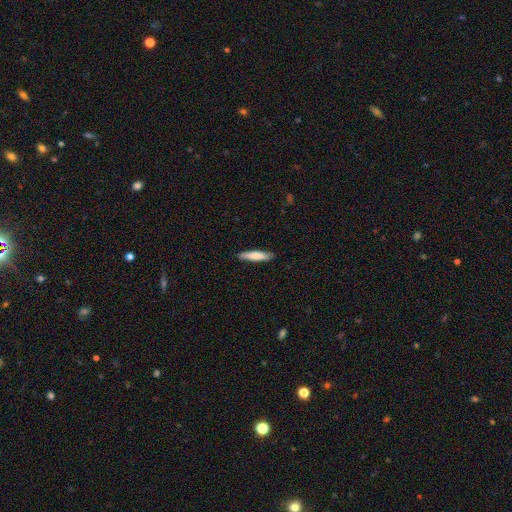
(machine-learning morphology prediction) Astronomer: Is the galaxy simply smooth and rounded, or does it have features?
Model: smooth — 75%.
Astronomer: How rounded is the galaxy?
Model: cigar-shaped — 85%.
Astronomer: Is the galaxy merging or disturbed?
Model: none — 88%.